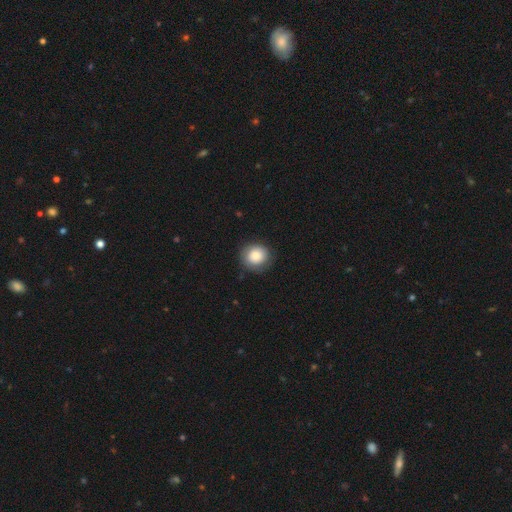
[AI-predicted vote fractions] This appears to be a smooth galaxy with no disk features (85%) that is round (86%). Merging: none (85%).